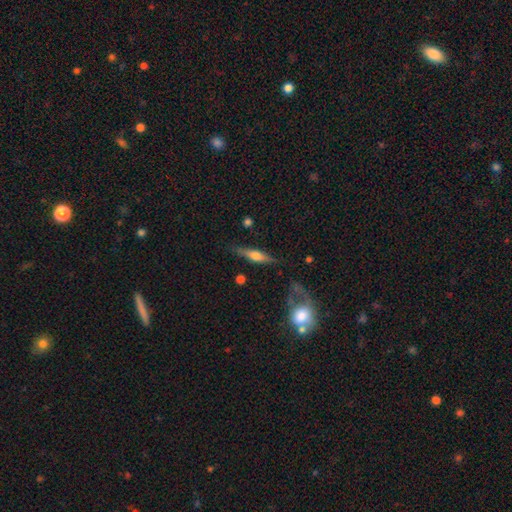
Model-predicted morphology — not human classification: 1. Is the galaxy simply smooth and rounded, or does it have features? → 57% featured or disk, 37% smooth, 6% star or artifact.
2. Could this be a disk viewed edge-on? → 93% yes, 7% no.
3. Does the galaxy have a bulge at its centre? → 86% rounded, 9% boxy, 5% none.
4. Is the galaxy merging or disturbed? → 80% none, 13% minor disturbance, 4% major disturbance, 3% merger.